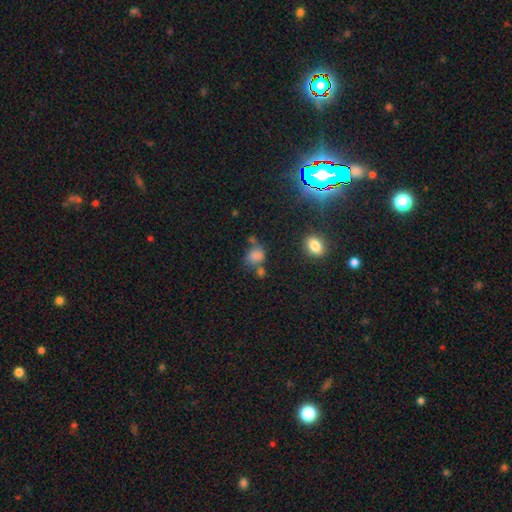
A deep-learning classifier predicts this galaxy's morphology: type=smooth (75%); roundness=in between (50%); merging=none (44%).